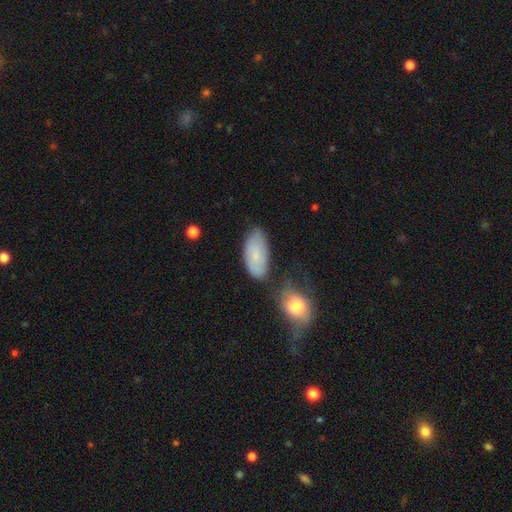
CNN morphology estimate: Overall: smooth (67%). How rounded: in between (93%). Merging: none (60%; minor disturbance 21%).